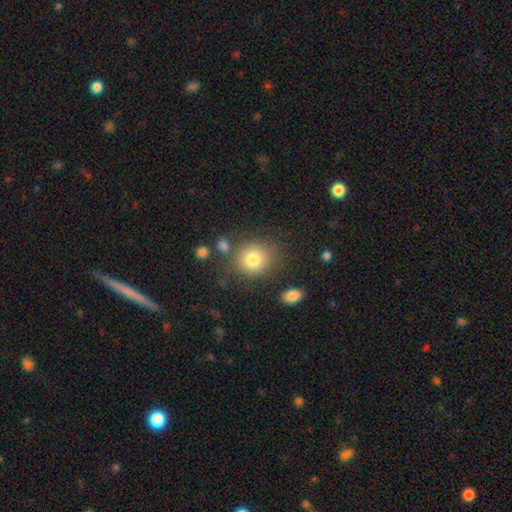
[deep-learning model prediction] This appears to be a smooth galaxy with no disk features (80%) that is round (80%). Merging: none (77%).